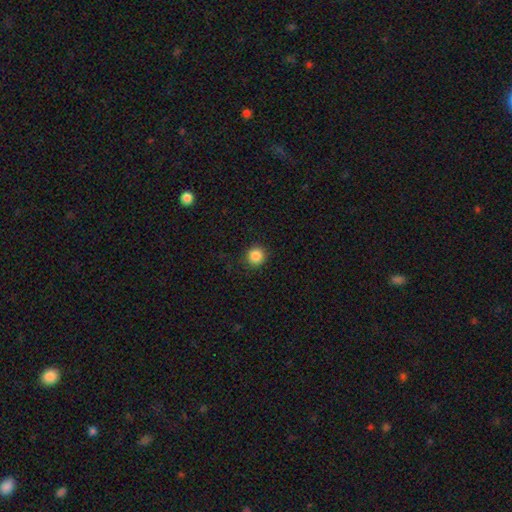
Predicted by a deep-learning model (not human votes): smooth_or_featured: smooth (p=0.87) [alt: star or artifact p=0.10]
how_rounded: round (p=0.93) [alt: in between p=0.06]
merging: none (p=0.90) [alt: minor disturbance p=0.07]